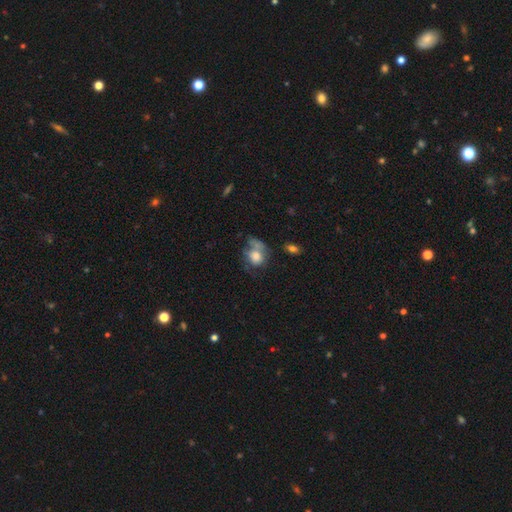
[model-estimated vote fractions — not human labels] Smooth or featured? Predicted: smooth (p=0.67). How rounded? Predicted: round (p=0.52). Merging? Predicted: none (p=0.30).